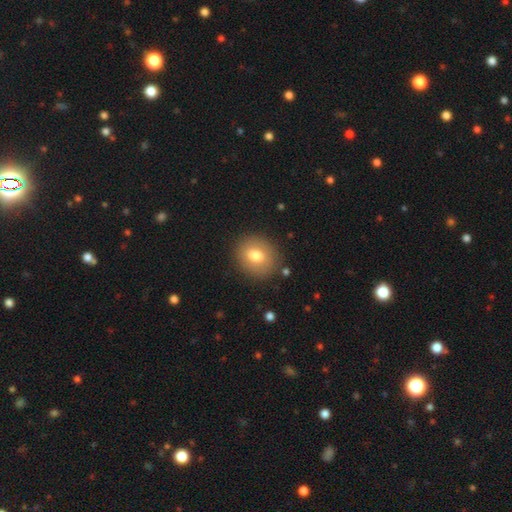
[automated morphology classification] Smooth or featured? Predicted: smooth (p=0.75). How rounded? Predicted: round (p=0.65). Merging? Predicted: none (p=0.86).